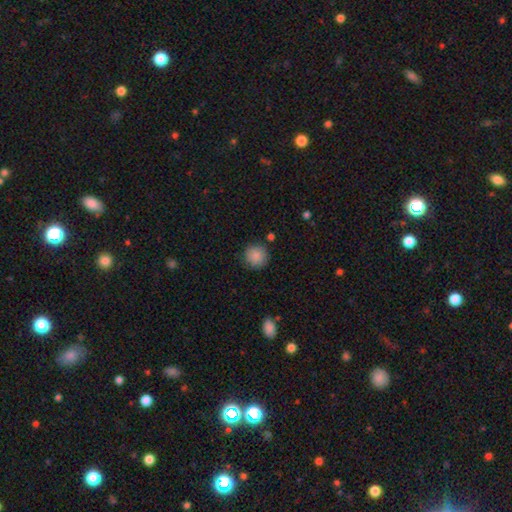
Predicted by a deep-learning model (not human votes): Smooth or featured? Predicted: smooth (p=0.87). How rounded? Predicted: round (p=0.94). Merging? Predicted: none (p=0.85).